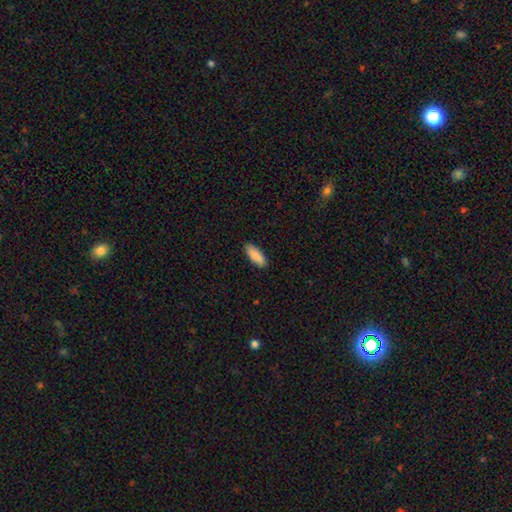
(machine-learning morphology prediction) smooth-or-featured: smooth: 89% | featured or disk: 6% | star or artifact: 6%
  how-rounded: in between: 73% | cigar-shaped: 25% | round: 2%
  merging: none: 89% | minor disturbance: 9% | major disturbance: 2% | merger: 1%